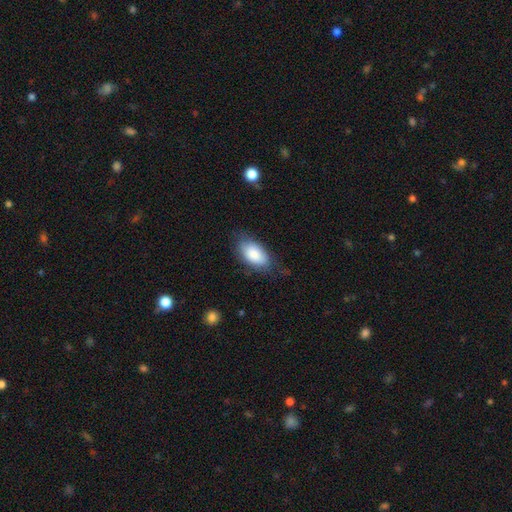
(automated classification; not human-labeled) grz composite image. It shows a smooth galaxy with no disk features (84%) that is in between round and cigar-shaped (93%). Merging: none (69%).